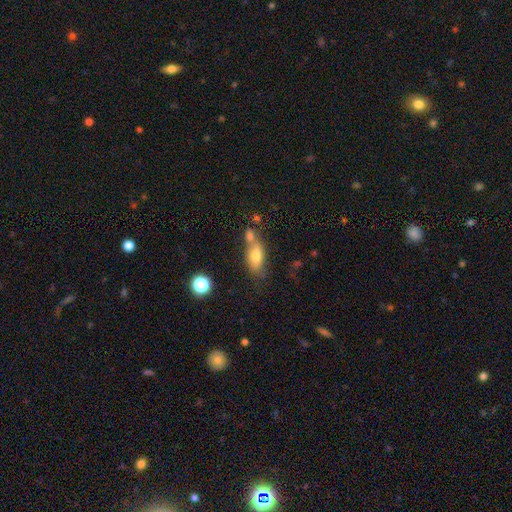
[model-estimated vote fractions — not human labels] Smooth or featured? smooth (68%)
How rounded? in between (79%)
Merging? none (42%)